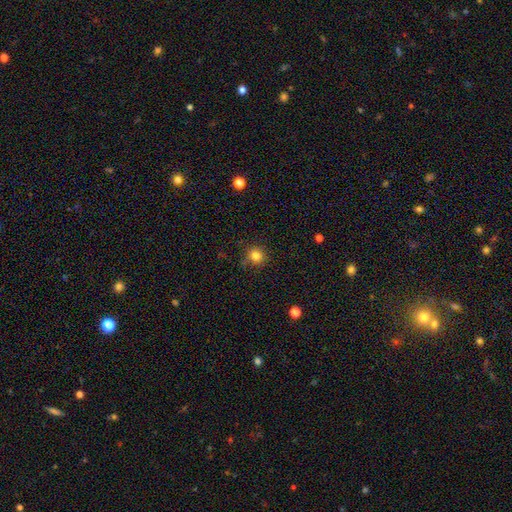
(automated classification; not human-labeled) Morphology: type=smooth (82%); roundness=round (91%); merging=none (85%).